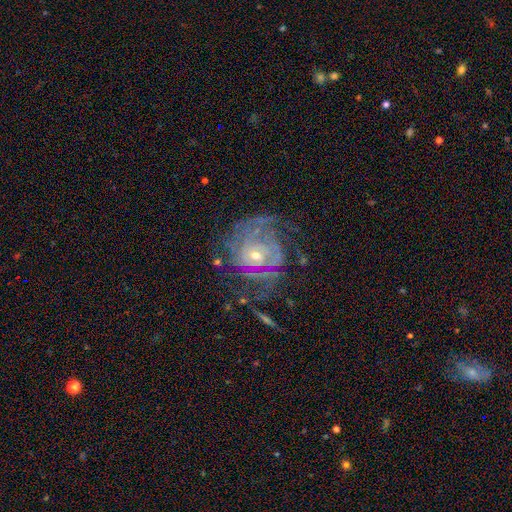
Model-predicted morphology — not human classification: Overall: featured or disk (86%). Edge-on disk: no (97%). Bar: no (71%). Spiral arms: yes (92%). Spiral arm count: can't tell (35%; 2 22%). Spiral winding: tight (65%; medium 26%). Bulge size: small (56%; moderate 40%). Merging: none (56%; major disturbance 22%).